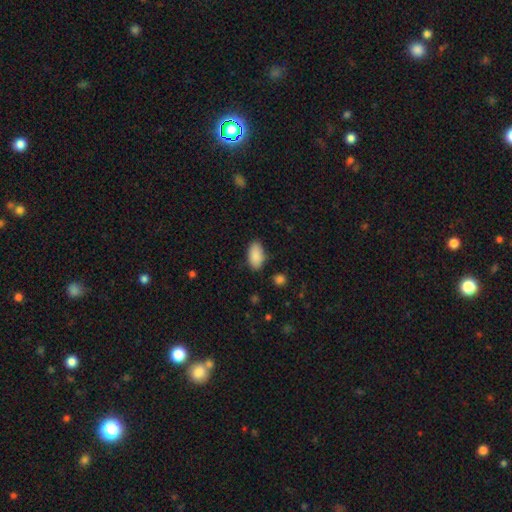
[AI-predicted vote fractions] This appears to be a smooth galaxy with no disk features (89%) that is in between round and cigar-shaped (94%). Merging: none (83%).